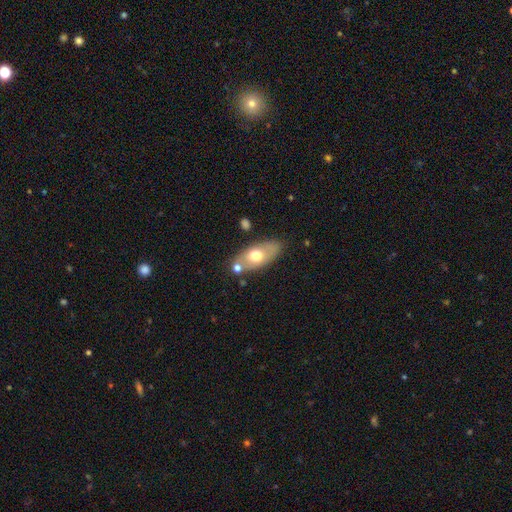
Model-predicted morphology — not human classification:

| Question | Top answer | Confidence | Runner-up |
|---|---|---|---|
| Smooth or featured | smooth | 60% | featured or disk (33%) |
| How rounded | in between | 87% | cigar-shaped (8%) |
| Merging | none | 72% | minor disturbance (14%) |